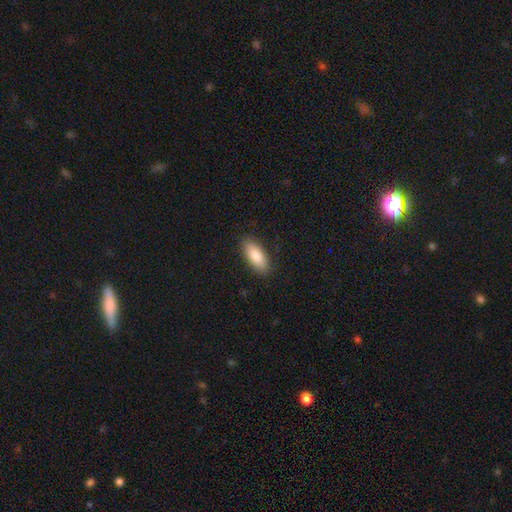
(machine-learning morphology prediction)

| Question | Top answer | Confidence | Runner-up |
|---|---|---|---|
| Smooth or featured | smooth | 86% | featured or disk (8%) |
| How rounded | in between | 80% | cigar-shaped (18%) |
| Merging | none | 88% | minor disturbance (9%) |